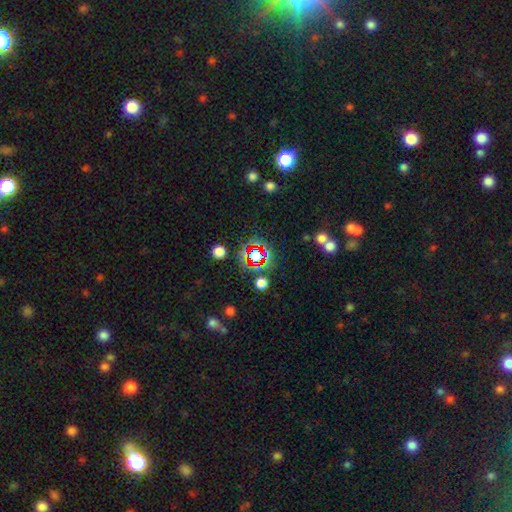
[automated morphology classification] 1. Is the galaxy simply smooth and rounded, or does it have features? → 61% star or artifact, 26% smooth, 13% featured or disk.